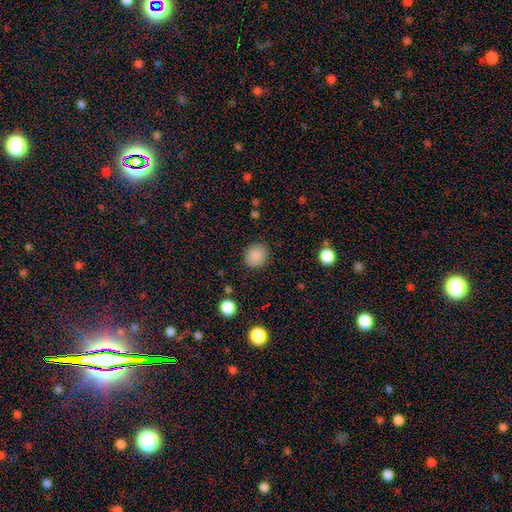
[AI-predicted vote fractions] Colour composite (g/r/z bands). It shows a smooth galaxy with no disk features (87%) that is round (79%). Merging: none (88%).